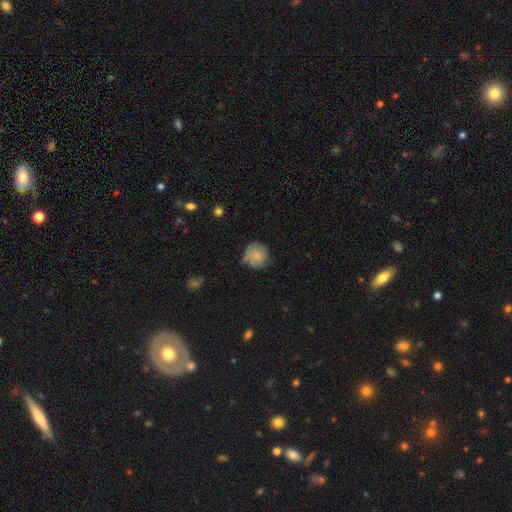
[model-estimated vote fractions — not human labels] smooth-or-featured: smooth: 70% | featured or disk: 22% | star or artifact: 8%
  how-rounded: round: 88% | in between: 11% | cigar-shaped: 1%
  merging: none: 59% | minor disturbance: 30% | major disturbance: 9% | merger: 3%